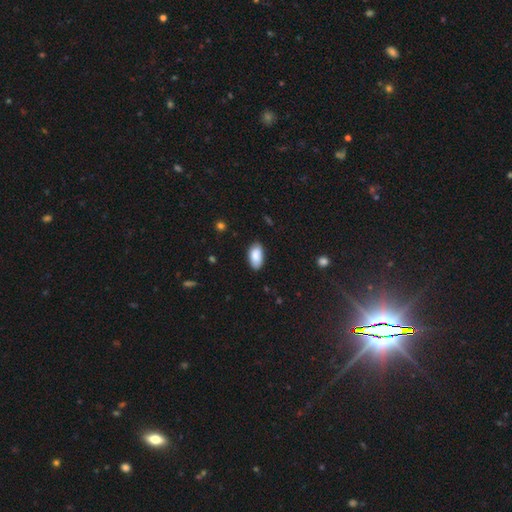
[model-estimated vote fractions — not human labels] Overall: smooth (85%). How rounded: in between (95%). Merging: none (79%).